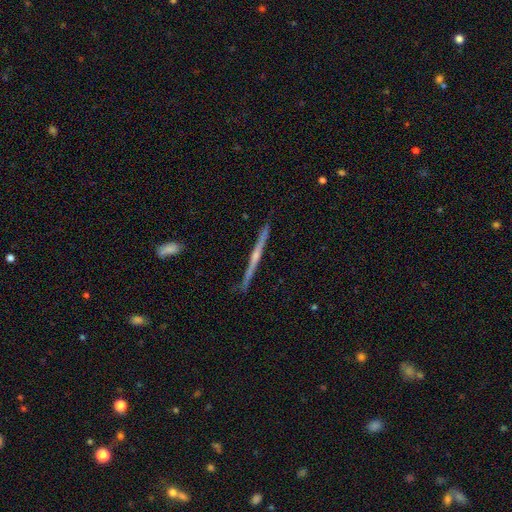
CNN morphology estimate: The model was most divided on "edge-on bulge": rounded: 67%, none: 26%, boxy: 7%. More confident: edge-on disk — yes (98%); merging — none (89%); smooth or featured — featured or disk (77%).